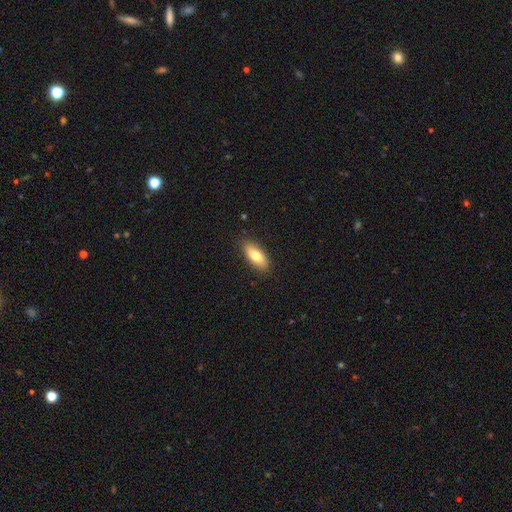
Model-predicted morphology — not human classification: Smooth or featured?
  - smooth: 76% *
  - featured or disk: 18%
  - star or artifact: 6%
How rounded?
  - in between: 81% *
  - cigar-shaped: 16%
  - round: 3%
Merging?
  - none: 86% *
  - minor disturbance: 11%
  - major disturbance: 2%
  - merger: 1%